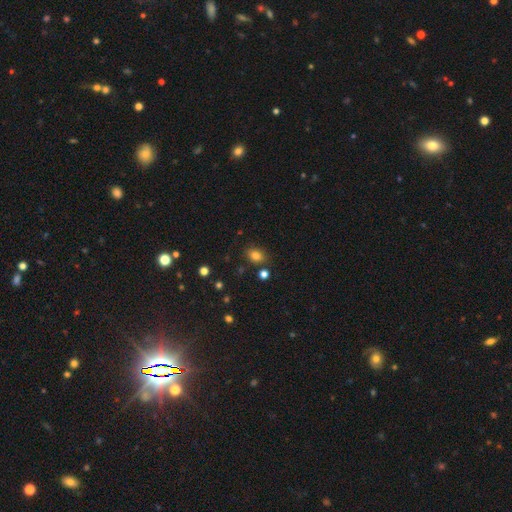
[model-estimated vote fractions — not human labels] Smooth or featured? Predicted: smooth (p=0.80). How rounded? Predicted: in between (p=0.58). Merging? Predicted: none (p=0.80).